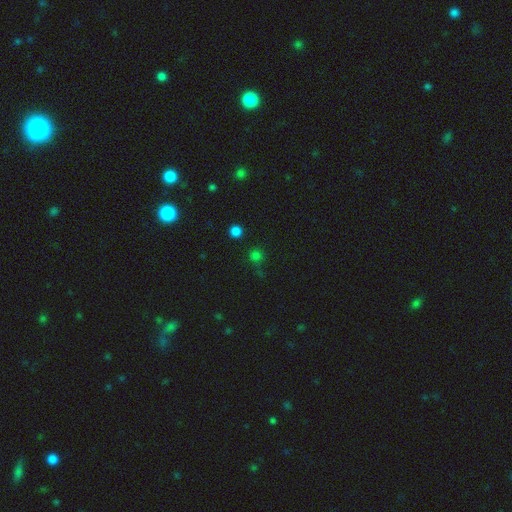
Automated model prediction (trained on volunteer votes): Q: Smooth or featured?
A: smooth (68%); runner-up: star or artifact (28%)
Q: How rounded?
A: round (93%); runner-up: in between (6%)
Q: Merging?
A: none (78%); runner-up: minor disturbance (10%)